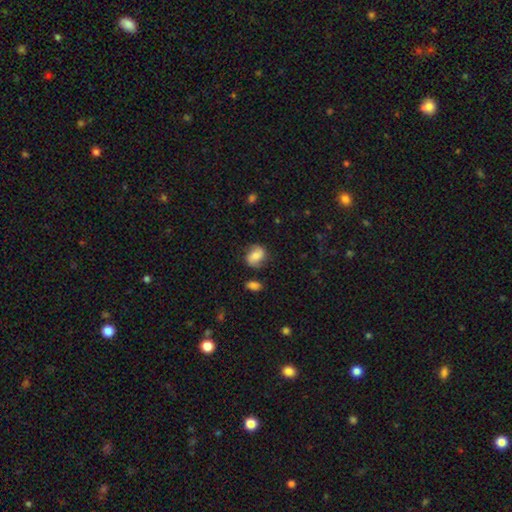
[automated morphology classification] Smooth or featured? smooth (60%)
How rounded? in between (57%)
Merging? none (72%)